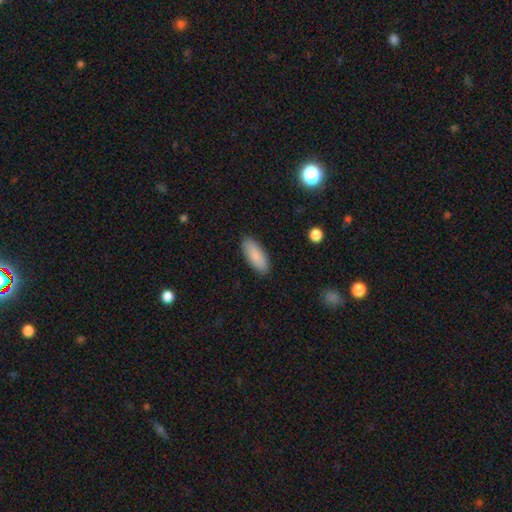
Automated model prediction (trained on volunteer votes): Smooth or featured? smooth (88%)
How rounded? in between (78%)
Merging? none (89%)